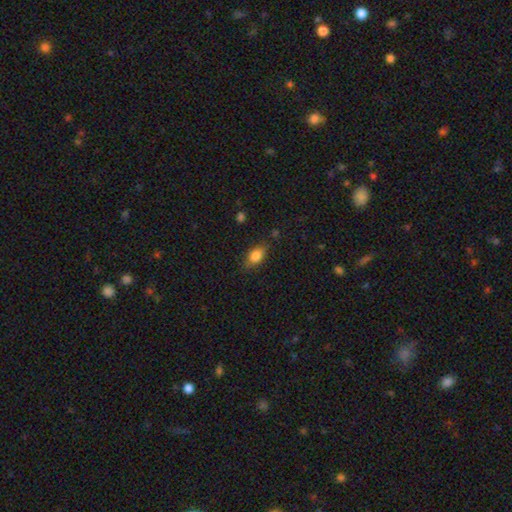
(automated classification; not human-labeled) This is clearly a smooth galaxy (81%). How rounded: clearly in between (82%). Merging: likely none (76%).